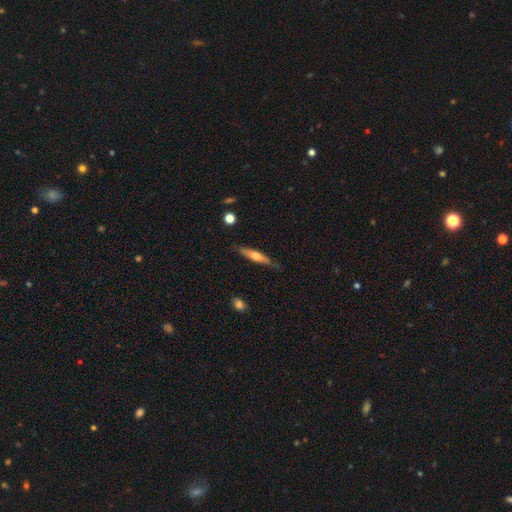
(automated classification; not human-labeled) Smooth or featured? featured or disk (48%)
Merging? none (78%)